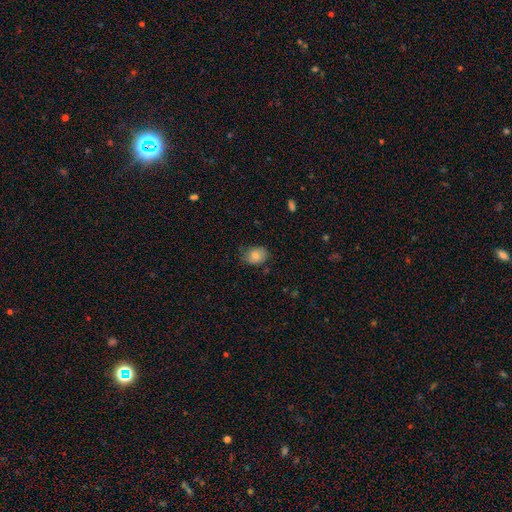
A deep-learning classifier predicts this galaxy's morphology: A smooth galaxy with no disk features (83%) that is in between round and cigar-shaped (57%).

Vote fractions:
- Smooth or featured? smooth: 83% / star or artifact: 8% / featured or disk: 8%
- How rounded? in between: 57% / round: 42% / cigar-shaped: 1%
- Merging? none: 65% / minor disturbance: 27% / major disturbance: 7% / merger: 1%